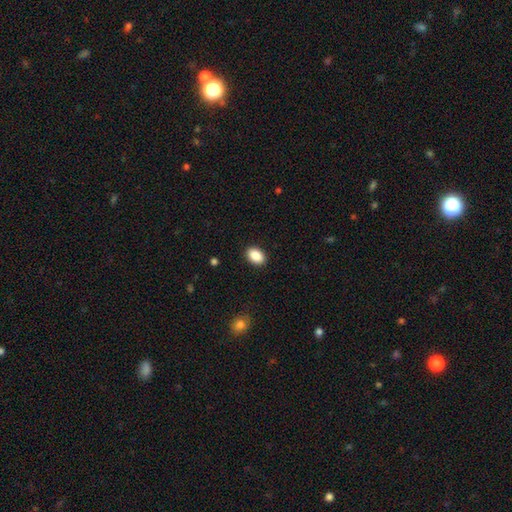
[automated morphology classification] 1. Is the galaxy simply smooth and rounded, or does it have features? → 89% smooth, 8% star or artifact, 4% featured or disk.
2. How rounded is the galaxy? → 82% in between, 16% round, 1% cigar-shaped.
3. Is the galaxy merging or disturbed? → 90% none, 7% minor disturbance, 2% major disturbance, 1% merger.